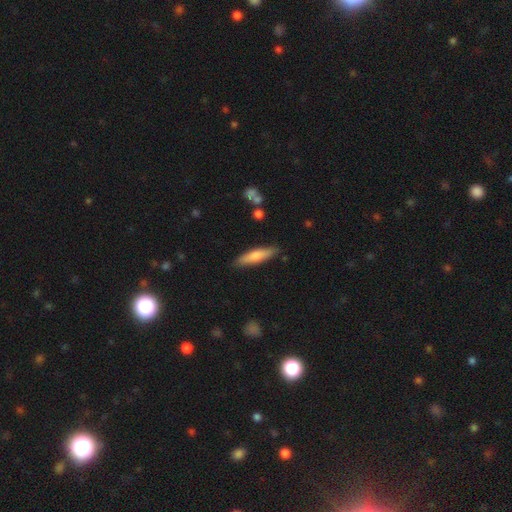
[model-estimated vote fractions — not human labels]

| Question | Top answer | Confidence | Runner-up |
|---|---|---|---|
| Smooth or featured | smooth | 68% | featured or disk (26%) |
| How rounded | cigar-shaped | 75% | in between (23%) |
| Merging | none | 86% | minor disturbance (10%) |